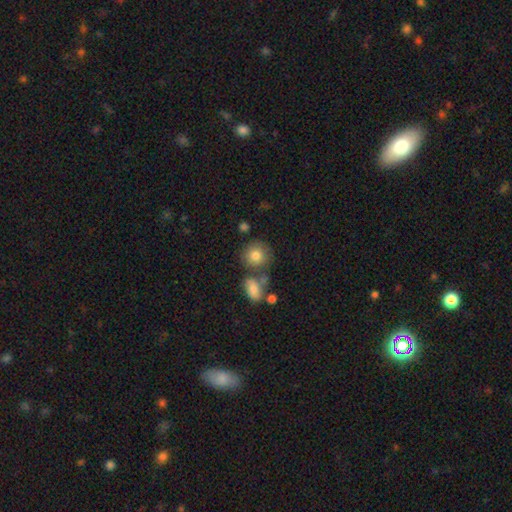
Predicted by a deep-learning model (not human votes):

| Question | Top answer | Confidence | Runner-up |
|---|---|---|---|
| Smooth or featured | smooth | 80% | featured or disk (12%) |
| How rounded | round | 84% | in between (15%) |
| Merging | none | 58% | merger (22%) |